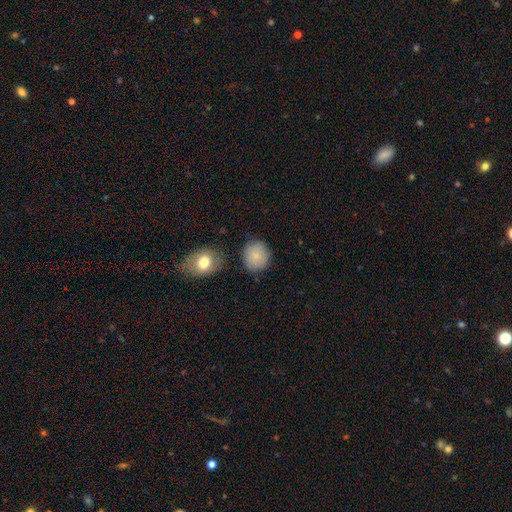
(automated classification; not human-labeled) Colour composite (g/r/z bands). It shows a smooth galaxy with no disk features (83%) that is round (82%). Merging: none (79%).